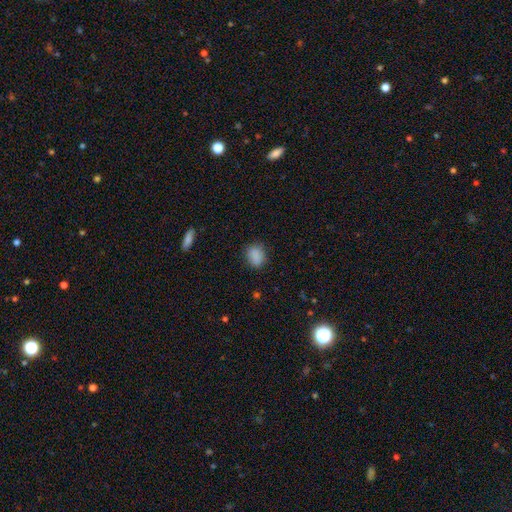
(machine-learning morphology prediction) Smooth or featured? Predicted: smooth (p=0.86). How rounded? Predicted: in between (p=0.63). Merging? Predicted: none (p=0.79).